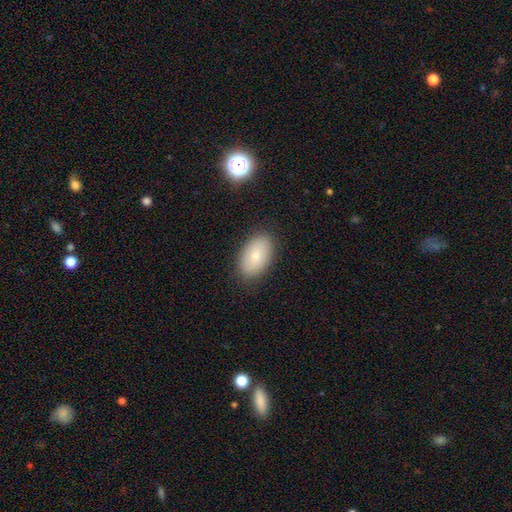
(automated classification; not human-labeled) Morphology: type=smooth (74%); roundness=in between (91%); merging=none (87%).